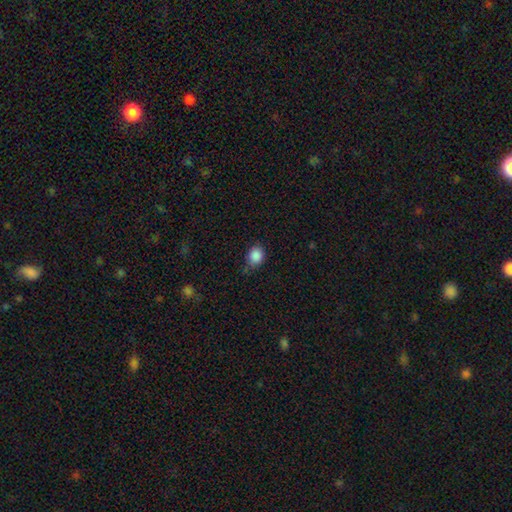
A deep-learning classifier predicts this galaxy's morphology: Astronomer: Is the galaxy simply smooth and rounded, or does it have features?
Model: smooth — 87%.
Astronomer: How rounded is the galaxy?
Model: round — 64%.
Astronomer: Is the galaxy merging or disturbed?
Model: none — 71%.